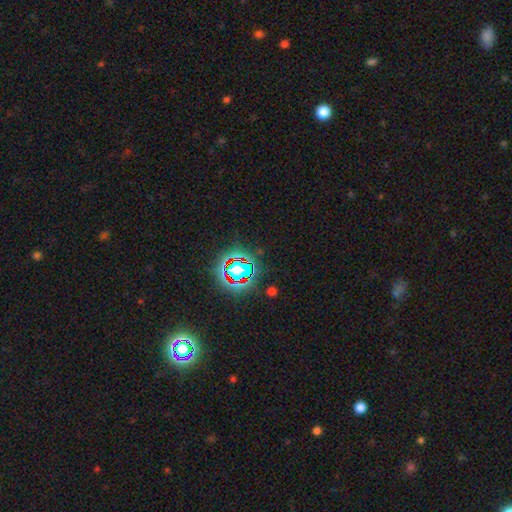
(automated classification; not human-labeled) Smooth or featured? Predicted: star or artifact (p=0.79).